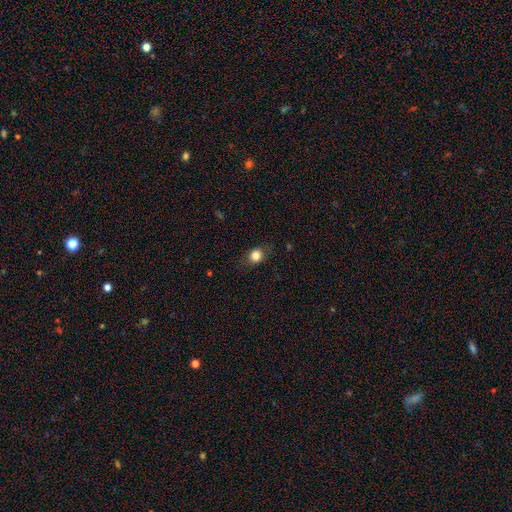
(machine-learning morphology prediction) This is clearly a smooth galaxy (81%). How rounded: likely round (70%). Merging: likely none (79%).